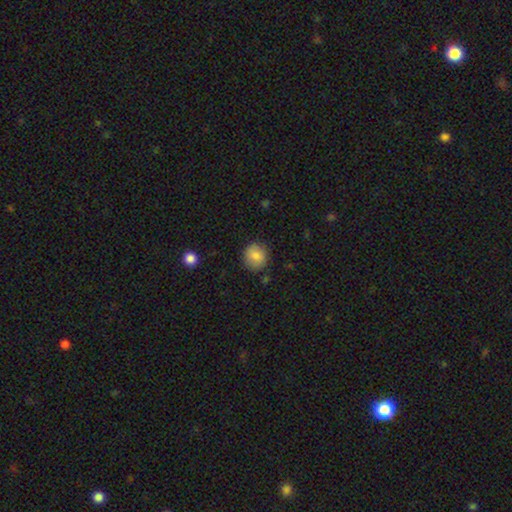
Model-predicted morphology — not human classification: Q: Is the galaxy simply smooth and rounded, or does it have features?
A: smooth — 83%.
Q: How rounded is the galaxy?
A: round — 82%.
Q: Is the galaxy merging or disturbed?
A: none — 84%.